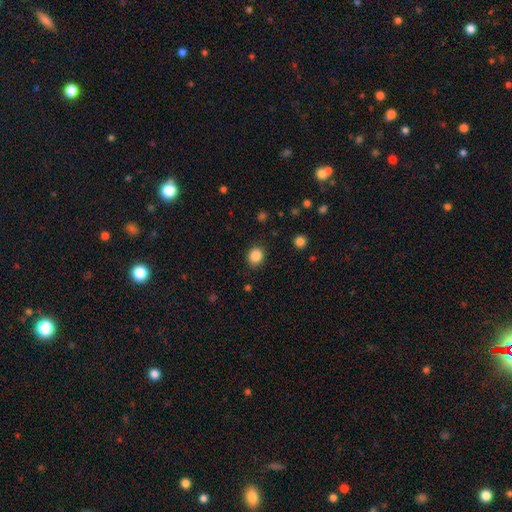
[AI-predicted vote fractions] smooth_or_featured: smooth (p=0.86) [alt: star or artifact p=0.10]
how_rounded: round (p=0.72) [alt: in between p=0.27]
merging: none (p=0.87) [alt: minor disturbance p=0.09]